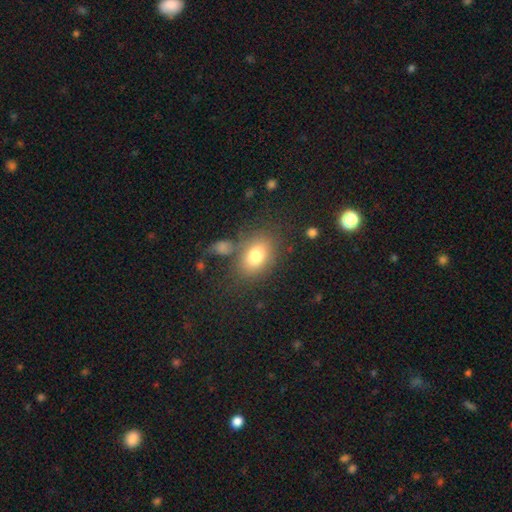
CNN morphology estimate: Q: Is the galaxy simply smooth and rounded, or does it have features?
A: smooth — 77%.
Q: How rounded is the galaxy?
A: in between — 76%.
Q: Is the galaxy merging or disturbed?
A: none — 69%.